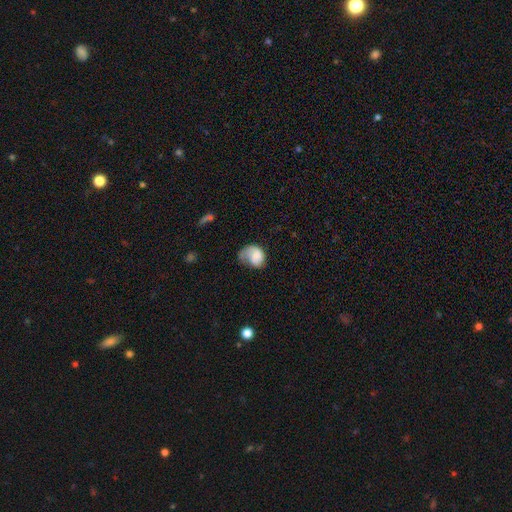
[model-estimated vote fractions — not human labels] Smooth or featured? smooth (59%)
How rounded? in between (56%)
Merging? major disturbance (38%)